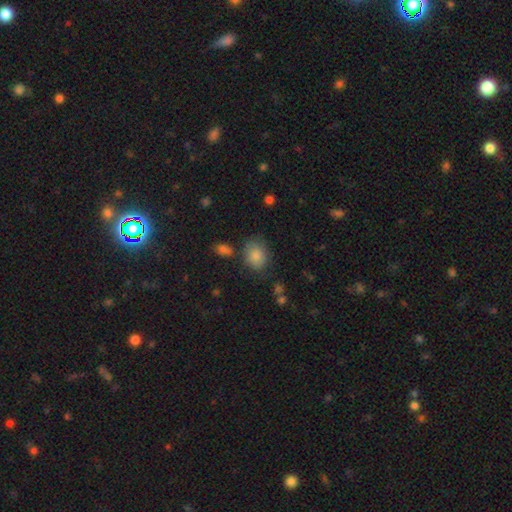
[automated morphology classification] A smooth galaxy with no disk features (81%) that is in between round and cigar-shaped (52%). Merging: none (74%).